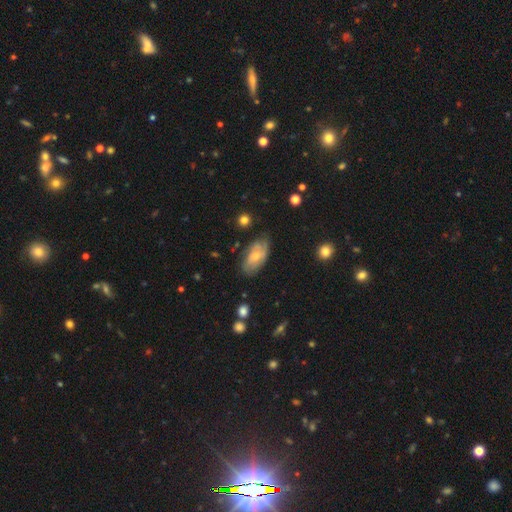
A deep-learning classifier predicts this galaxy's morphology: Smooth or featured?
  - smooth: 48% *
  - featured or disk: 45%
  - star or artifact: 7%
Merging?
  - none: 65% *
  - minor disturbance: 25%
  - major disturbance: 7%
  - merger: 2%